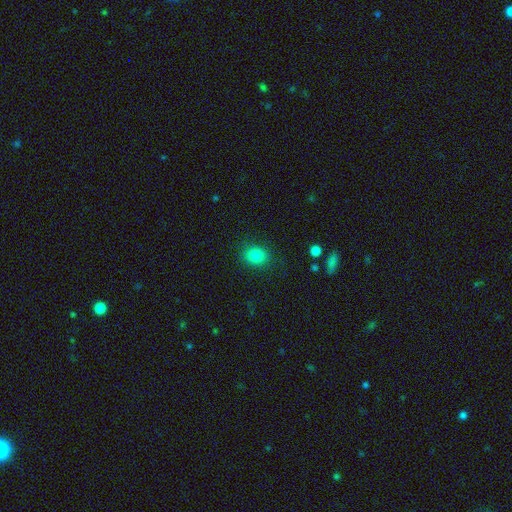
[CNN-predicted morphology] A smooth galaxy with no disk features (84%) that is round (54%).

Vote fractions:
- Smooth or featured? smooth: 84% / star or artifact: 11% / featured or disk: 5%
- How rounded? round: 54% / in between: 45% / cigar-shaped: 1%
- Merging? none: 86% / minor disturbance: 10% / major disturbance: 3% / merger: 1%